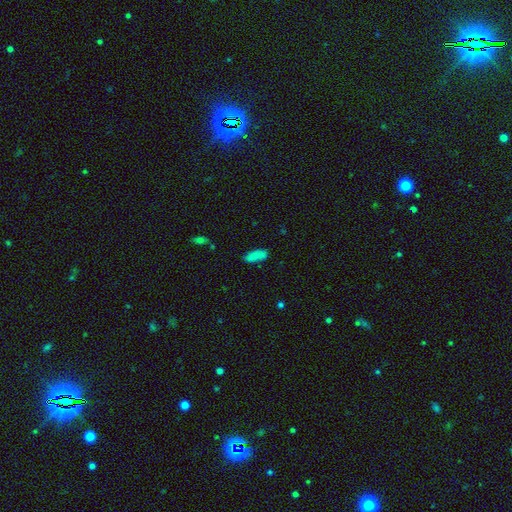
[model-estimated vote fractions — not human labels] Smooth or featured? Predicted: smooth (p=0.81). How rounded? Predicted: in between (p=0.80). Merging? Predicted: none (p=0.73).